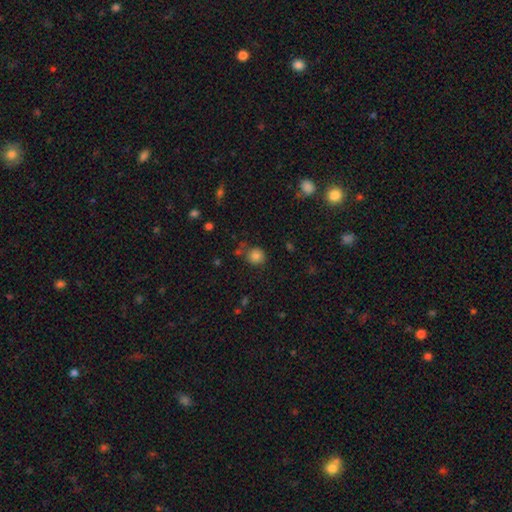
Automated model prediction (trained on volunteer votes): smooth_or_featured: smooth (p=0.82) [alt: star or artifact p=0.12]
how_rounded: round (p=0.90) [alt: in between p=0.09]
merging: none (p=0.77) [alt: minor disturbance p=0.12]